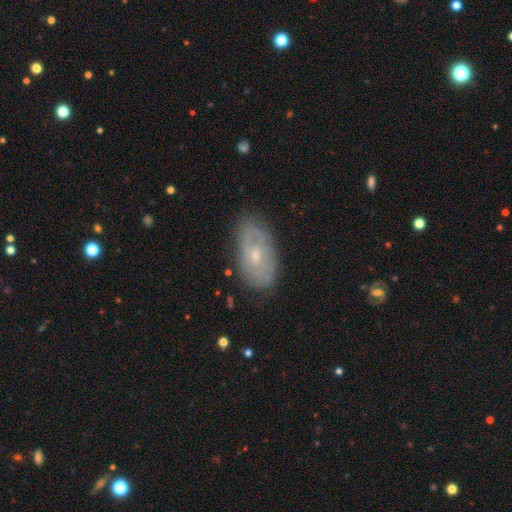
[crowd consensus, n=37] smooth_or_featured: featured or disk (p=0.57) [alt: smooth p=0.35]
disk_edge_on: no (p=0.90) [alt: yes p=0.10]
bar: no (p=0.74) [alt: weak p=0.26]
has_spiral_arms: yes (p=0.58) [alt: no p=0.42]
spiral_winding: tight (p=0.55) [alt: medium p=0.27]
spiral_arm_count: 2 (p=0.55) [alt: can't tell p=0.27]
bulge_size: small (p=0.89) [alt: large p=0.05]
merging: none (p=0.76) [alt: minor disturbance p=0.15]